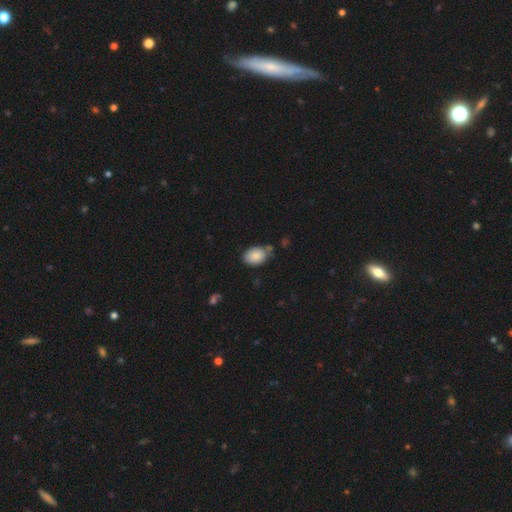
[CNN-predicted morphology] type=smooth (87%); roundness=in between (79%); merging=none (69%).